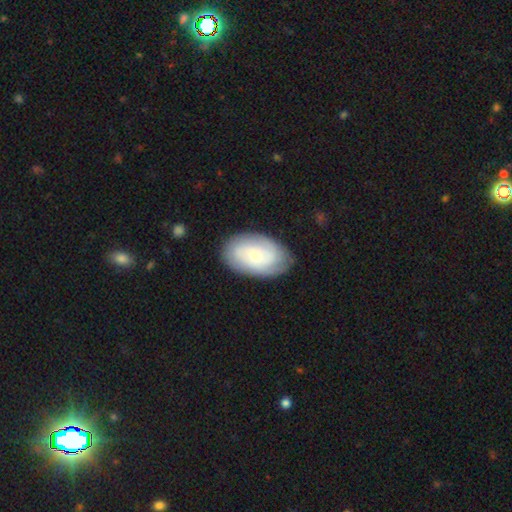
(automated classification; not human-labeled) A featured or disk galaxy (49%).

Vote fractions:
- Smooth or featured? featured or disk: 49% / smooth: 44% / star or artifact: 6%
- Merging? none: 80% / minor disturbance: 15% / major disturbance: 4% / merger: 1%